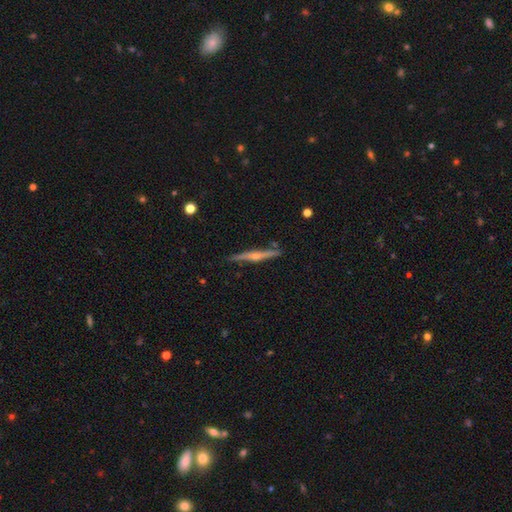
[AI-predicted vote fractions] Morphology: type=featured or disk (76%); edge-on=yes (97%); edge-on bulge=rounded (84%); merging=none (84%).